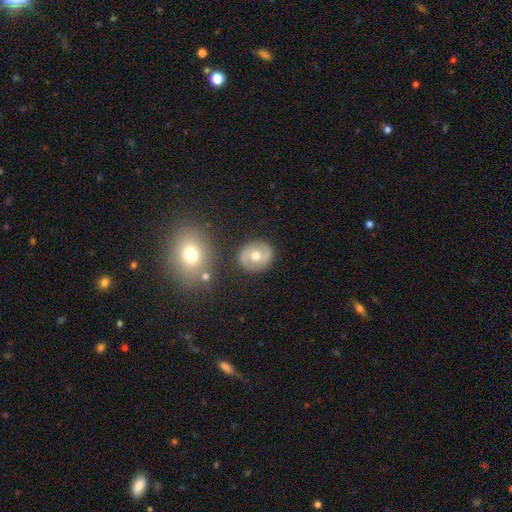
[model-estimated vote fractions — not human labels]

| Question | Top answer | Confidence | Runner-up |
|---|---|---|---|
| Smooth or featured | featured or disk | 56% | smooth (37%) |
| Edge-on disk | no | 96% | yes (4%) |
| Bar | no | 60% | weak (30%) |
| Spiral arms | yes | 67% | no (33%) |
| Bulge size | moderate | 79% | small (14%) |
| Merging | none | 84% | minor disturbance (10%) |